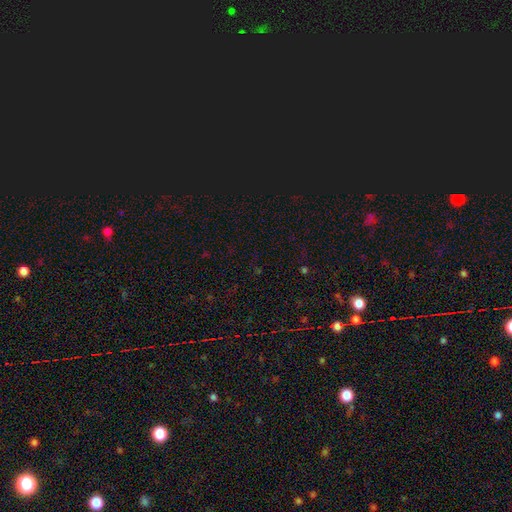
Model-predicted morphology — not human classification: The model was most divided on "smooth or featured": star or artifact: 68%, smooth: 25%, featured or disk: 7%.